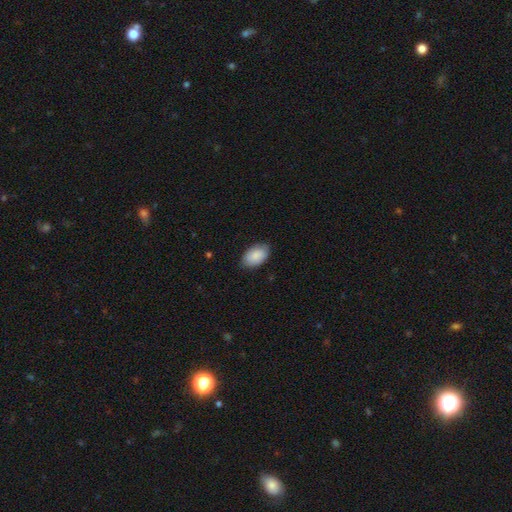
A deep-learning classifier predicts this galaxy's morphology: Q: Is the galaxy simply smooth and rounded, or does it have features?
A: smooth — 86%.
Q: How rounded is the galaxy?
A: in between — 93%.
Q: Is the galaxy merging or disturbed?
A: none — 81%.